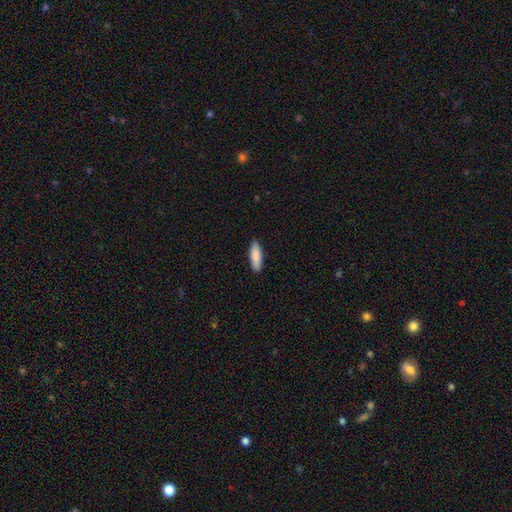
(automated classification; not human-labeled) smooth-or-featured: smooth: 87% | featured or disk: 8% | star or artifact: 6%
  how-rounded: cigar-shaped: 50% | in between: 49% | round: 2%
  merging: none: 88% | minor disturbance: 9% | major disturbance: 2% | merger: 1%